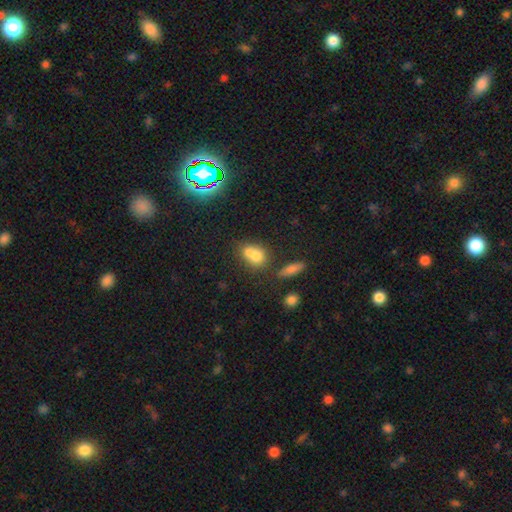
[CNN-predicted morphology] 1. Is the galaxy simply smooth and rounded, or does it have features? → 71% smooth, 17% featured or disk, 13% star or artifact.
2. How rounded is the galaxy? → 54% round, 44% in between, 2% cigar-shaped.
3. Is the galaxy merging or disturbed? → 56% merger, 31% none, 10% minor disturbance, 4% major disturbance.